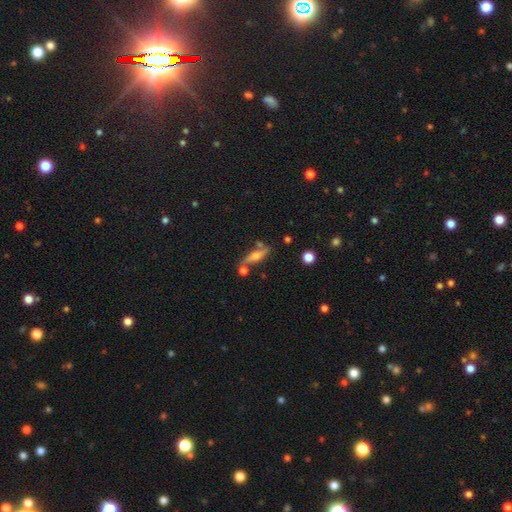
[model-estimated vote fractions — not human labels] Smooth or featured: featured or disk — 55% (smooth — 35%)
Edge-on disk: yes — 75% (no — 25%)
Merging: none — 66% (minor disturbance — 16%)